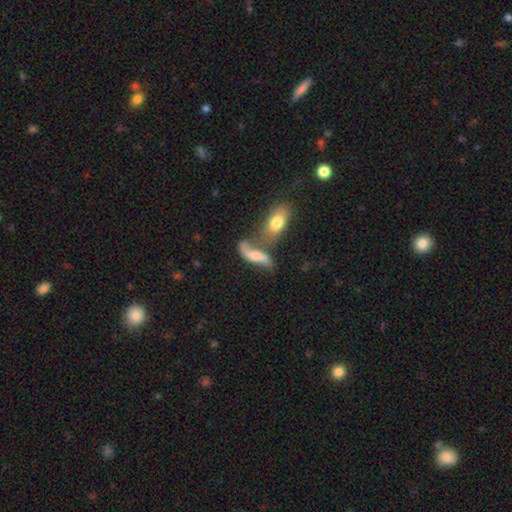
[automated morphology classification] This is likely a featured or disk galaxy (65%). It is clearly not viewed edge-on (81%). Bar: possibly no (54%). Spiral arm pattern: clearly yes (83%). Central bulge: marginally moderate (42%). Merging: possibly merger (47%).